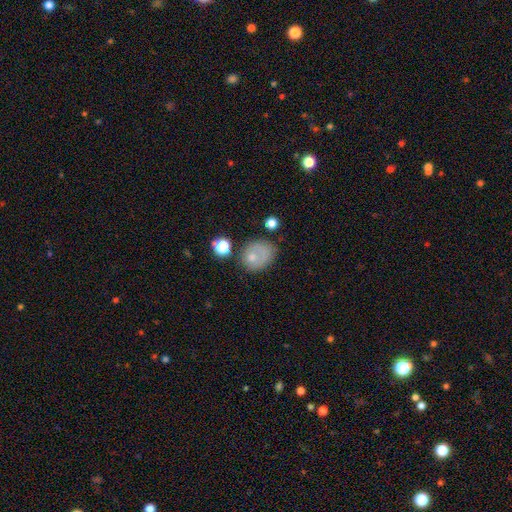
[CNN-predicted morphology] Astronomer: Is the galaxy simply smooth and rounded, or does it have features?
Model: smooth — 68%.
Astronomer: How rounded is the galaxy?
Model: round — 67%.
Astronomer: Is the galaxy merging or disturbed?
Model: none — 57%.